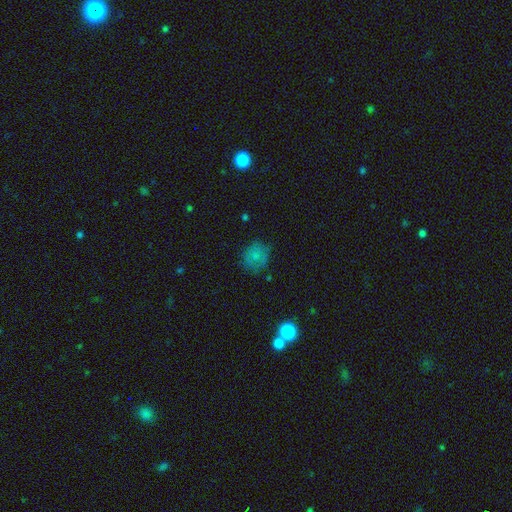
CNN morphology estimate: This is likely a smooth galaxy (76%). How rounded: likely round (73%). Merging: likely none (66%).